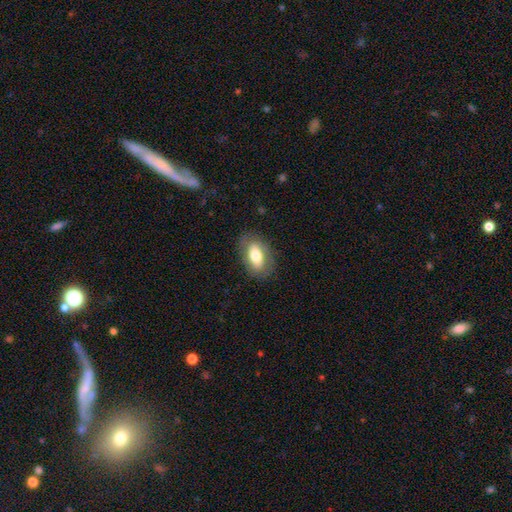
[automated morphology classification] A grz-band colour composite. It shows a smooth galaxy with no disk features (65%) that is in between round and cigar-shaped (89%). Merging: none (81%).